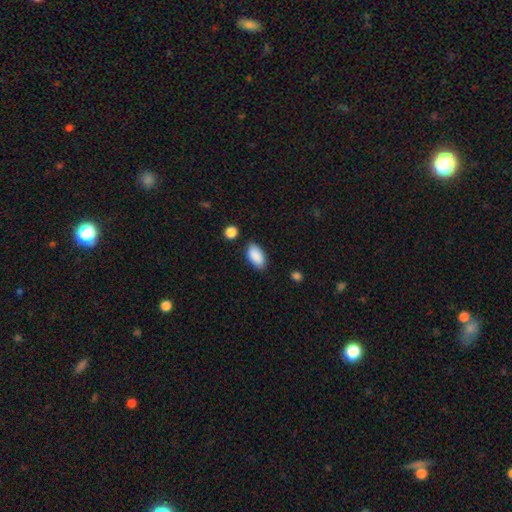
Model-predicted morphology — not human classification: smooth-or-featured: smooth: 90% | star or artifact: 6% | featured or disk: 4%
  how-rounded: in between: 94% | round: 3% | cigar-shaped: 2%
  merging: none: 82% | minor disturbance: 12% | major disturbance: 3% | merger: 2%